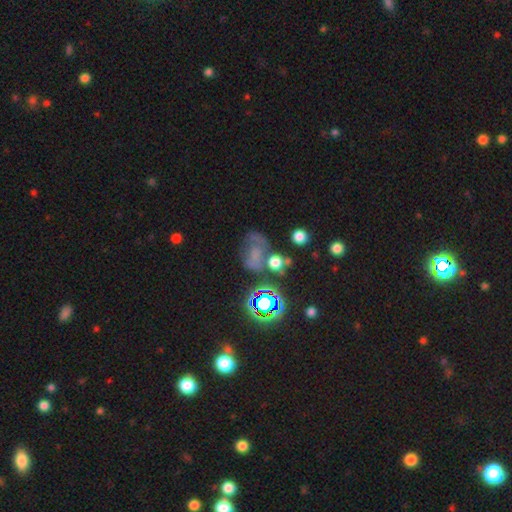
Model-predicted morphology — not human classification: A star or artifact, not a galaxy (37%).